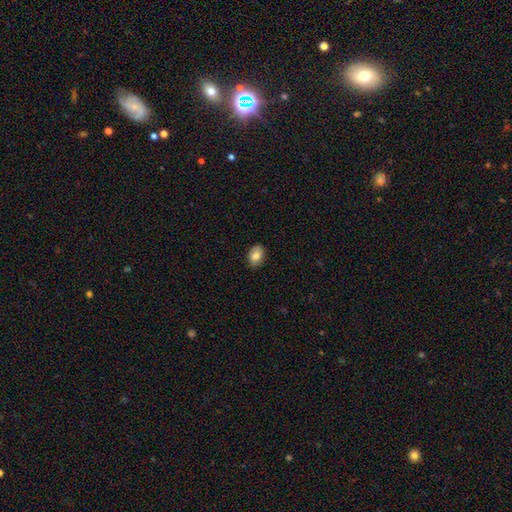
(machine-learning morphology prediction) Smooth or featured? smooth (82%)
How rounded? in between (80%)
Merging? none (88%)